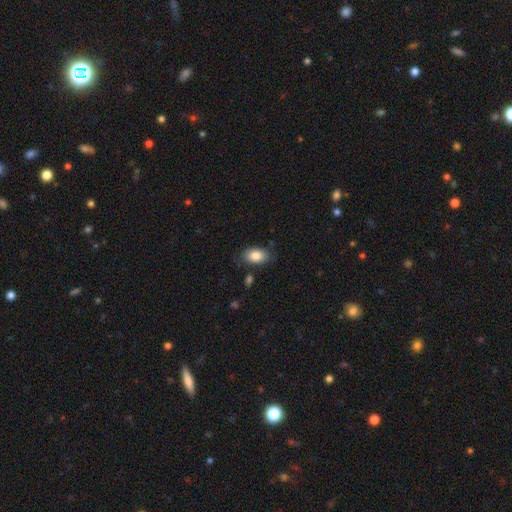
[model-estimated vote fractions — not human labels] smooth-or-featured: smooth: 84% | featured or disk: 9% | star or artifact: 7%
  how-rounded: in between: 90% | round: 8% | cigar-shaped: 1%
  merging: none: 80% | minor disturbance: 14% | major disturbance: 3% | merger: 3%